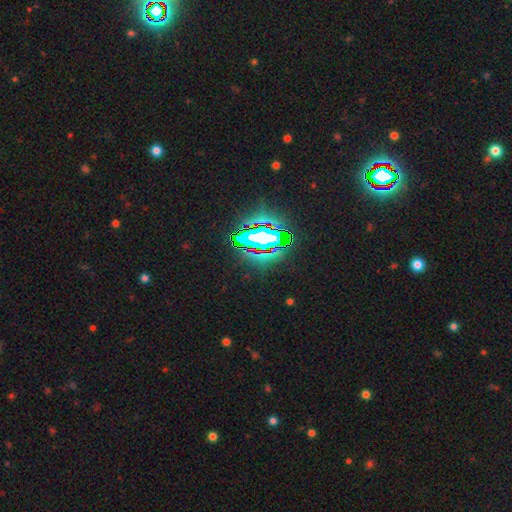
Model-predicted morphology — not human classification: star or artifact 82%, smooth 9%, featured or disk 8%.